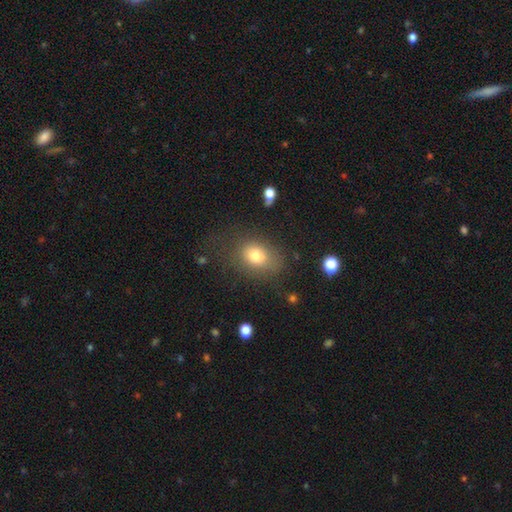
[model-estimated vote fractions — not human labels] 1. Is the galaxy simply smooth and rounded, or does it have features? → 75% smooth, 13% featured or disk, 12% star or artifact.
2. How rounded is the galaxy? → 63% in between, 36% round, 1% cigar-shaped.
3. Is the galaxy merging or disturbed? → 65% none, 20% minor disturbance, 13% major disturbance, 2% merger.